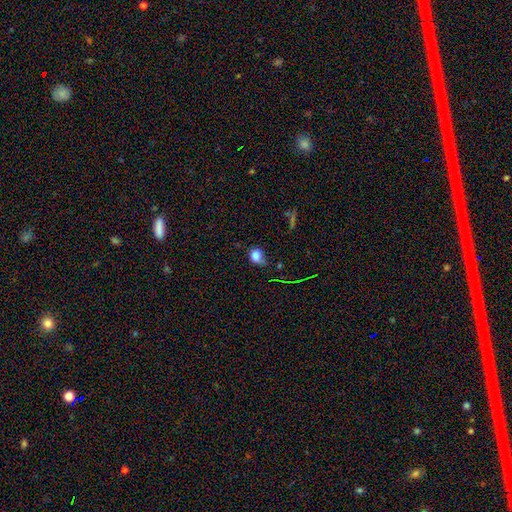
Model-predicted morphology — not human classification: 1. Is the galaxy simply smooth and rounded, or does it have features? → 79% smooth, 12% star or artifact, 8% featured or disk.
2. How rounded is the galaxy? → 62% round, 37% in between, 1% cigar-shaped.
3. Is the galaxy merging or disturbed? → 46% none, 33% minor disturbance, 15% major disturbance, 6% merger.